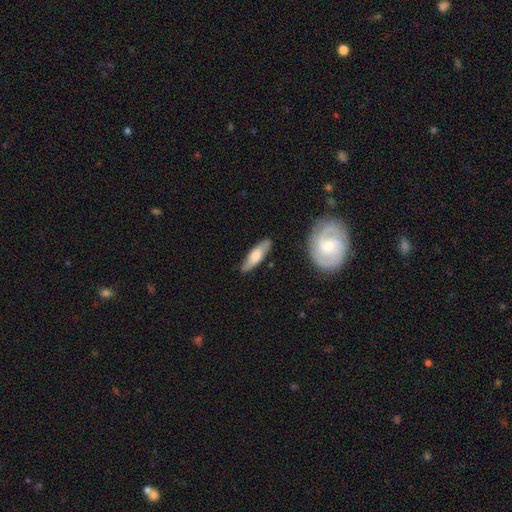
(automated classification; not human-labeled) The model was most divided on "smooth or featured": smooth: 58%, featured or disk: 37%, star or artifact: 5%. More confident: merging — none (83%); how rounded — cigar-shaped (61%).